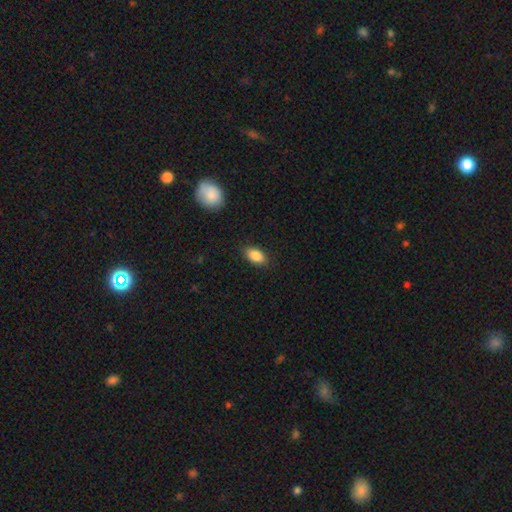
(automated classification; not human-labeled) smooth 85%, featured or disk 8%, star or artifact 8%. Down the decision tree: how rounded — in between (89%); merging — none (86%).